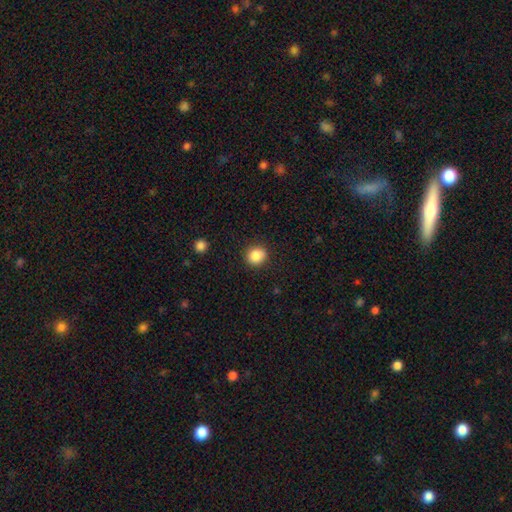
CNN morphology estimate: A smooth galaxy with no disk features (87%) that is round (81%).

Vote fractions:
- Smooth or featured? smooth: 87% / star or artifact: 10% / featured or disk: 4%
- How rounded? round: 81% / in between: 18% / cigar-shaped: 1%
- Merging? none: 88% / minor disturbance: 8% / major disturbance: 3% / merger: 1%